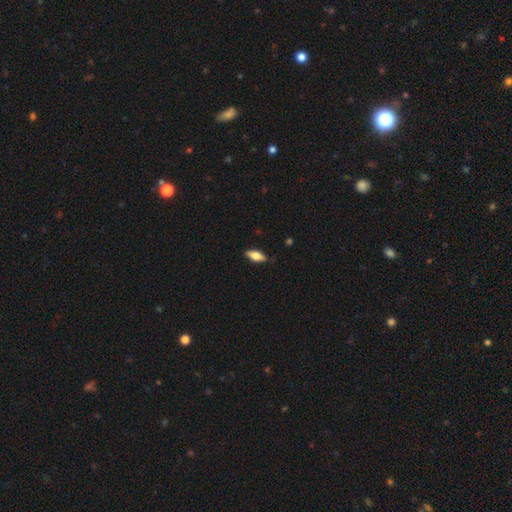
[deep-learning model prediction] smooth 66%, featured or disk 27%, star or artifact 7%. Down the decision tree: how rounded — in between (77%); merging — none (85%).